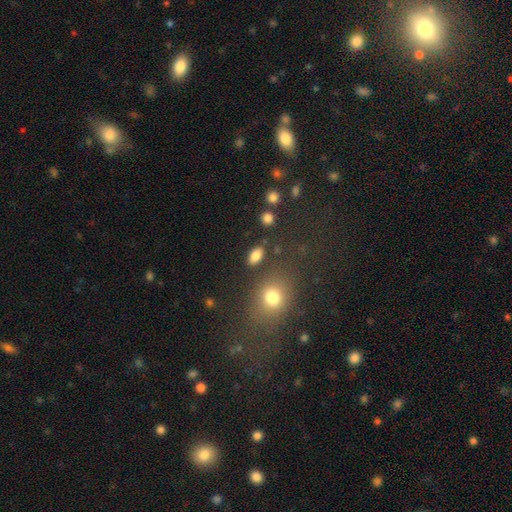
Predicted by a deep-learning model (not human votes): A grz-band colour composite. It shows a smooth galaxy with no disk features (83%) that is in between round and cigar-shaped (87%). Merging: none (84%).